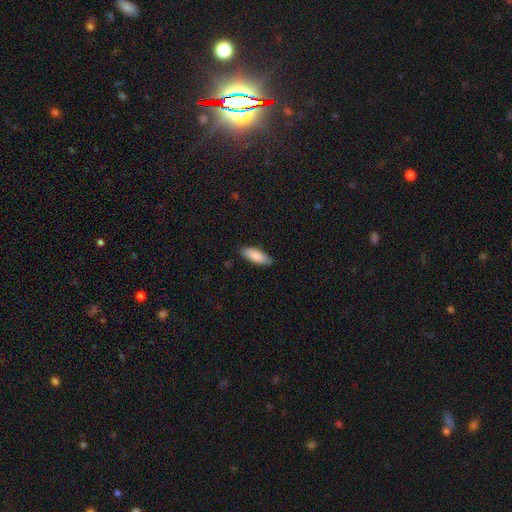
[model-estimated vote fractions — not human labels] This is clearly a smooth galaxy (86%). How rounded: likely in between (65%). Merging: clearly none (85%).